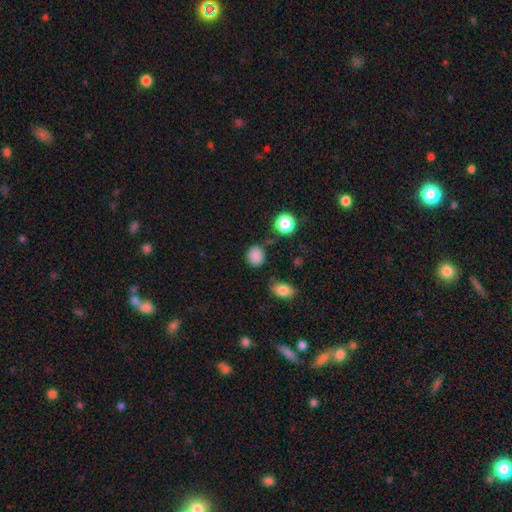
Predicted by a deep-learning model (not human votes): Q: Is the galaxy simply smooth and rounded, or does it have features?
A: smooth — 84%.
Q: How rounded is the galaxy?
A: round — 71%.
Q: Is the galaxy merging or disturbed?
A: none — 78%.